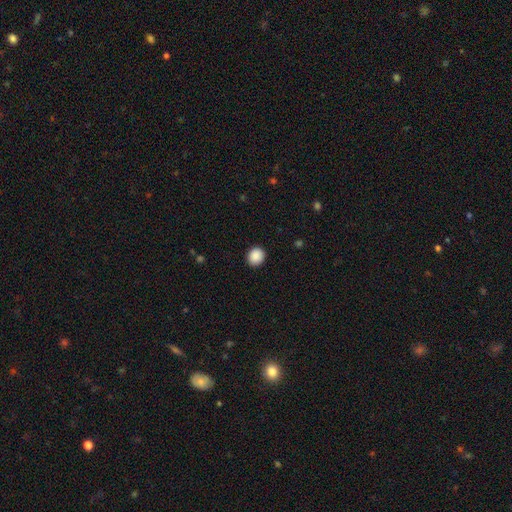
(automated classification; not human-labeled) A smooth galaxy with no disk features (89%) that is round (77%).

Vote fractions:
- Smooth or featured? smooth: 89% / star or artifact: 8% / featured or disk: 3%
- How rounded? round: 77% / in between: 22% / cigar-shaped: 1%
- Merging? none: 91% / minor disturbance: 6% / major disturbance: 2% / merger: 1%